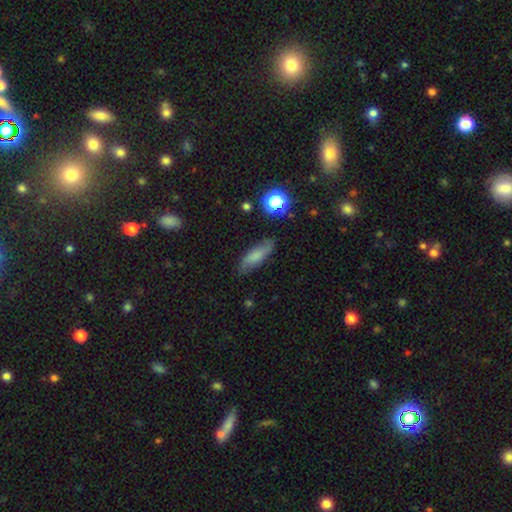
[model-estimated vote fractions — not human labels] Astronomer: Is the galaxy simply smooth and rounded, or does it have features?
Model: smooth — 71%.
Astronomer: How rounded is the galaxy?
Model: in between — 53% (runner-up: cigar-shaped, 43%).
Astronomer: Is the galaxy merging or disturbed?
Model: none — 80%.